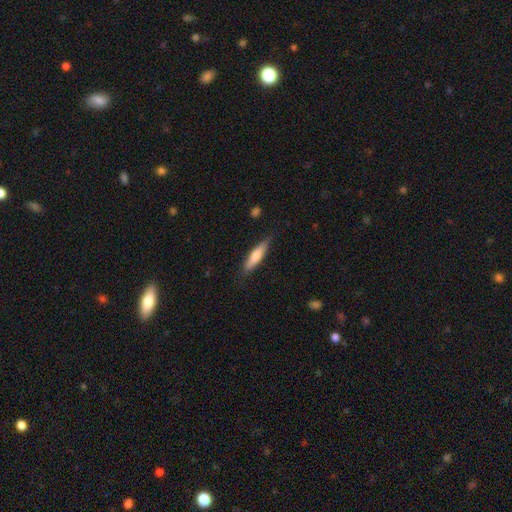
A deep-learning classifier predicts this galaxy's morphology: smooth 69%, featured or disk 26%, star or artifact 6%. Down the decision tree: how rounded — cigar-shaped (74%); merging — none (81%).